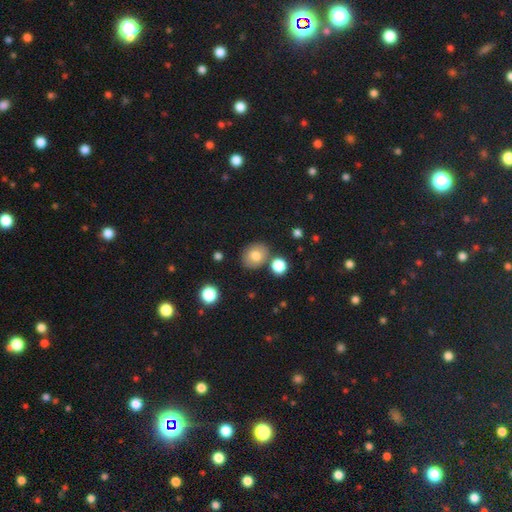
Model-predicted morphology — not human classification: Smooth or featured?
  - smooth: 77% *
  - featured or disk: 12%
  - star or artifact: 10%
How rounded?
  - round: 57% *
  - in between: 42%
  - cigar-shaped: 1%
Merging?
  - none: 75% *
  - minor disturbance: 11%
  - merger: 10%
  - major disturbance: 3%